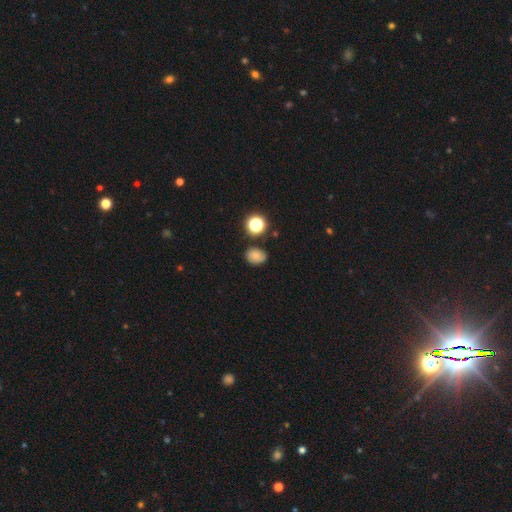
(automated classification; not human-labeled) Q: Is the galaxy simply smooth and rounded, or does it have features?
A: smooth — 78%.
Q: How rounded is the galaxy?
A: in between — 56%.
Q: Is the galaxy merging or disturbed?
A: none — 78%.